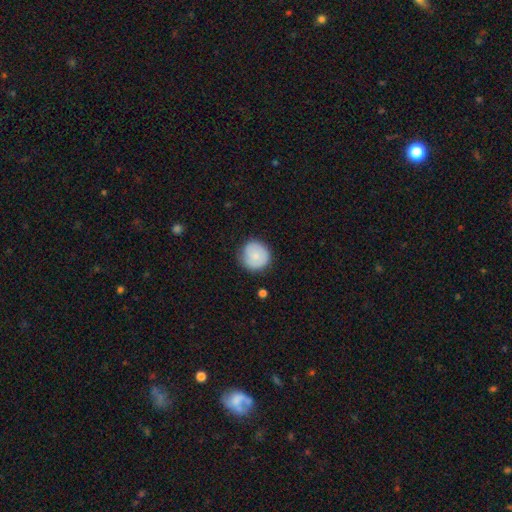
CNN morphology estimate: smooth_or_featured: smooth (p=0.80) [alt: featured or disk p=0.13]
how_rounded: round (p=0.91) [alt: in between p=0.08]
merging: none (p=0.79) [alt: minor disturbance p=0.16]